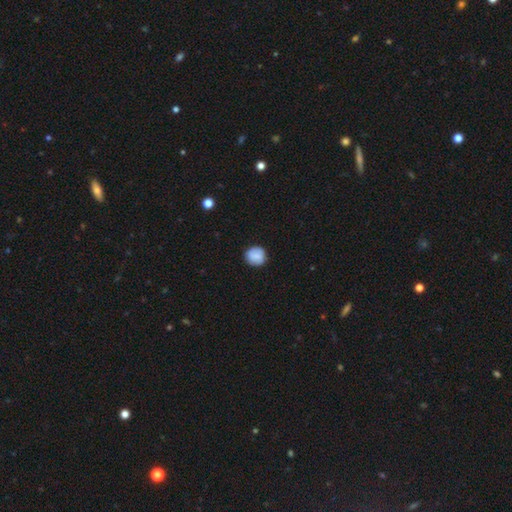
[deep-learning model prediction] The model was most divided on "smooth or featured": smooth: 79%, featured or disk: 14%, star or artifact: 8%. More confident: how rounded — round (91%); merging — none (86%).